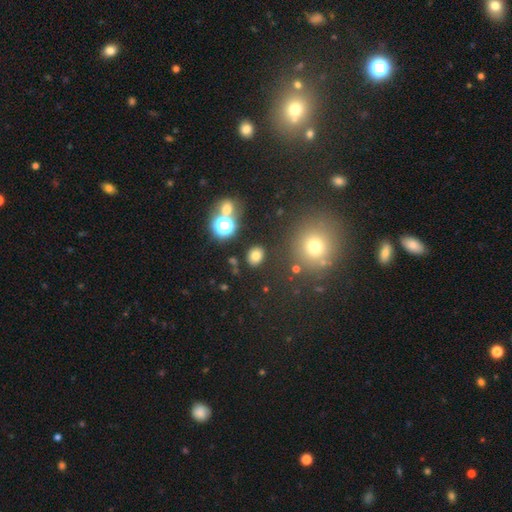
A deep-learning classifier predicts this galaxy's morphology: Smooth or featured? smooth (76%)
How rounded? round (55%)
Merging? none (85%)